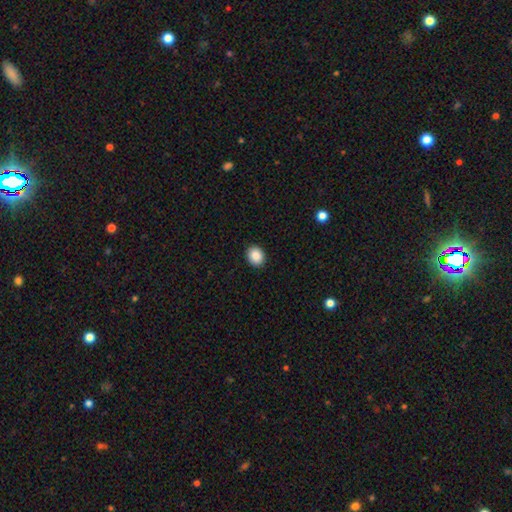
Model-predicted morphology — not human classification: Overall: smooth (87%). How rounded: round (67%; in between 32%). Merging: none (92%).